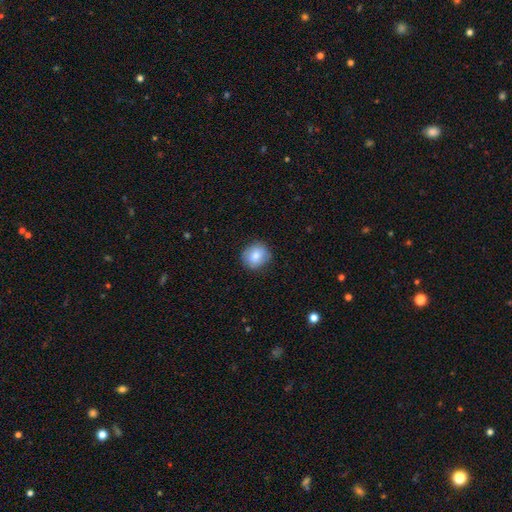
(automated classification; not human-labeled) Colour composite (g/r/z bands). It shows a smooth galaxy with no disk features (80%) that is round (81%). Merging: none (83%).